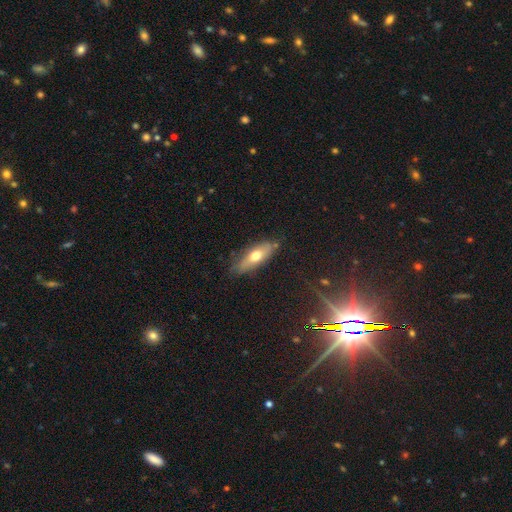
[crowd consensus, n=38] smooth_or_featured: smooth (p=0.66) [alt: featured or disk p=0.24]
how_rounded: cigar-shaped (p=0.48) [alt: in between p=0.44]
merging: none (p=0.65) [alt: minor disturbance p=0.21]